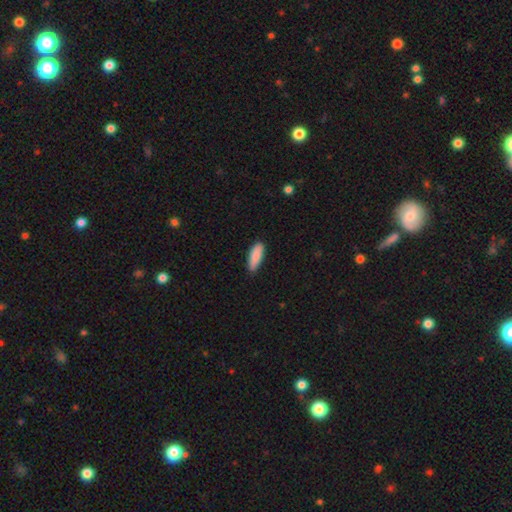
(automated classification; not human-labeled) A smooth galaxy with no disk features (84%) that is in between round and cigar-shaped (63%).

Vote fractions:
- Smooth or featured? smooth: 84% / featured or disk: 10% / star or artifact: 6%
- How rounded? in between: 63% / cigar-shaped: 35% / round: 2%
- Merging? none: 85% / minor disturbance: 12% / major disturbance: 2% / merger: 1%